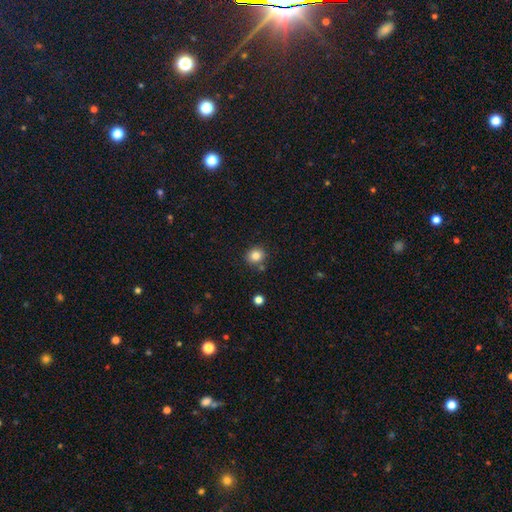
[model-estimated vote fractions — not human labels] The model was most divided on "how rounded": round: 84%, in between: 15%, cigar-shaped: 1%. More confident: smooth or featured — smooth (83%); merging — none (81%).